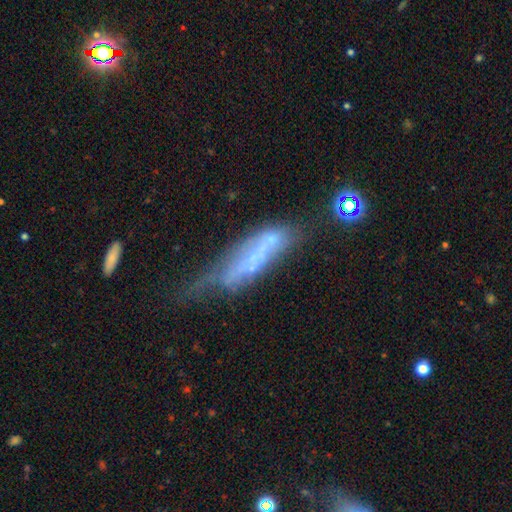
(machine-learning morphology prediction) Smooth or featured? Predicted: featured or disk (p=0.56). Edge-on disk? Predicted: no (p=0.50, tied with yes). Merging? Predicted: major disturbance (p=0.31).